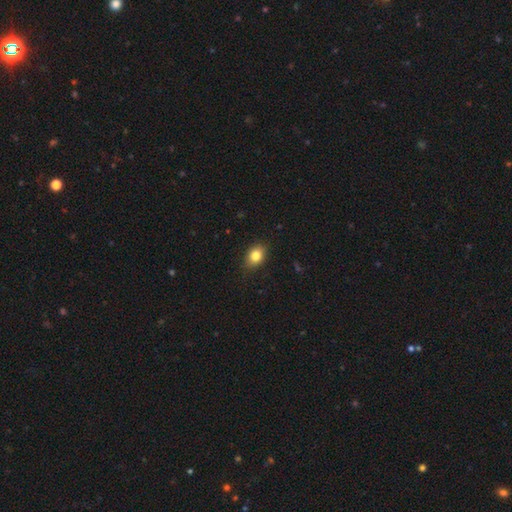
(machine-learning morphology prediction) A smooth galaxy with no disk features (83%) that is in between round and cigar-shaped (69%). Merging: none (84%).